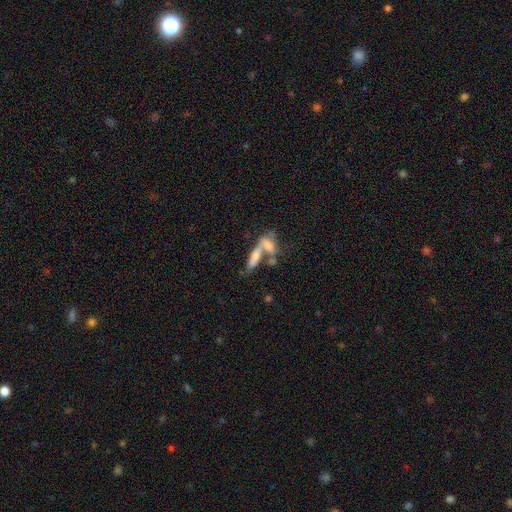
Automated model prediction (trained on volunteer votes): Smooth or featured?
  - featured or disk: 43% *
  - smooth: 42%
  - star or artifact: 15%
Merging?
  - merger: 61% *
  - none: 22%
  - major disturbance: 9%
  - minor disturbance: 8%